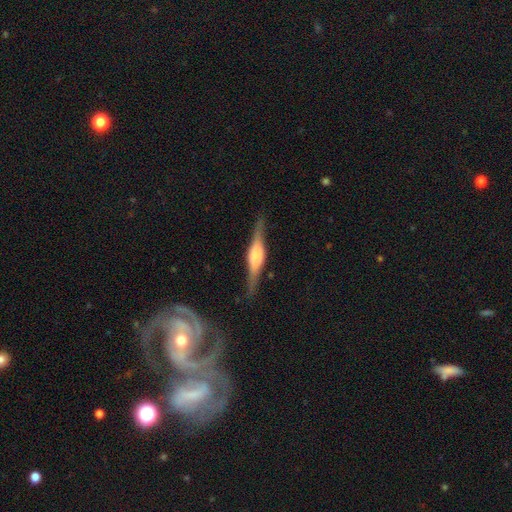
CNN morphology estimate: This appears to be a featured or disk galaxy (77%) viewed edge-on (97%) with a rounded central bulge (71%). Merging: none (85%).